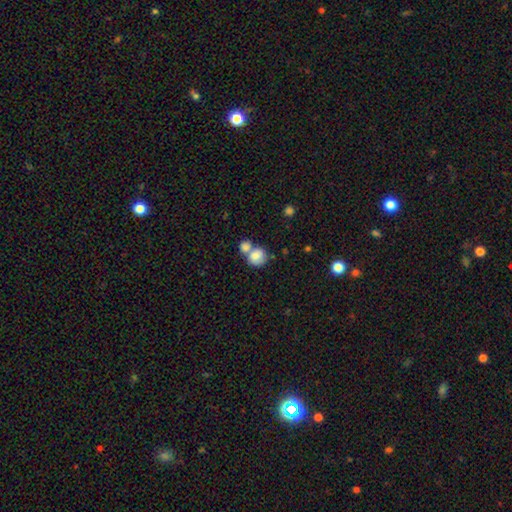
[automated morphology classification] Overall: smooth (78%). How rounded: round (73%). Merging: merger (60%; none 28%).